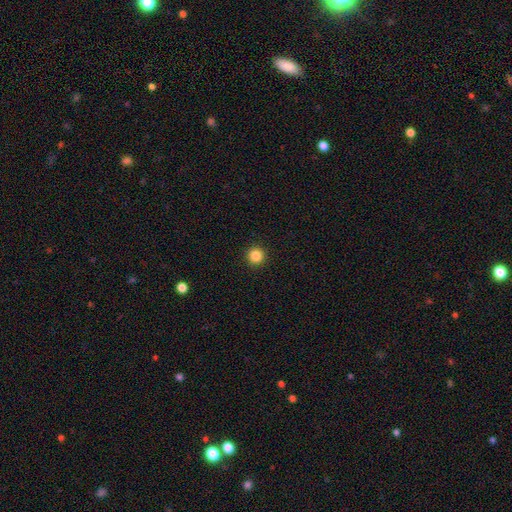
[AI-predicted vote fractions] Smooth or featured?
  - smooth: 85% *
  - star or artifact: 11%
  - featured or disk: 4%
How rounded?
  - round: 95% *
  - in between: 4%
  - cigar-shaped: 1%
Merging?
  - none: 94% *
  - minor disturbance: 4%
  - major disturbance: 1%
  - merger: 1%